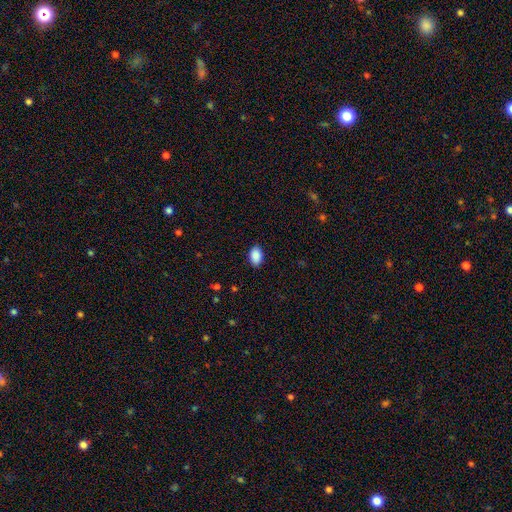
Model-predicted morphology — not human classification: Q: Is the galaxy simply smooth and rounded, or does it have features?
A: smooth — 90%.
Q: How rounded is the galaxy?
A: in between — 90%.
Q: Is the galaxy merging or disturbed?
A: none — 87%.